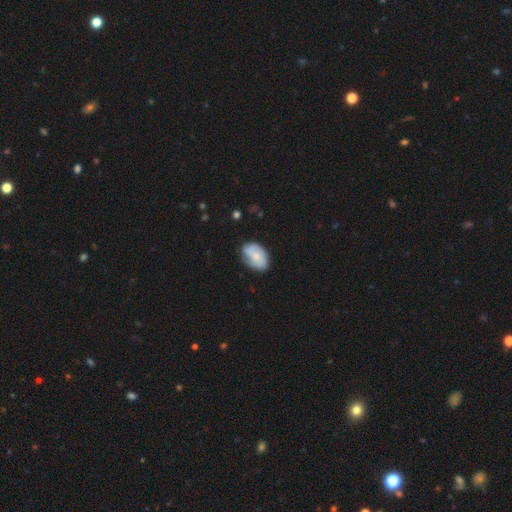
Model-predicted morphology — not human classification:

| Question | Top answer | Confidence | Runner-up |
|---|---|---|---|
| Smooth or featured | smooth | 64% | featured or disk (29%) |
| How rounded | in between | 85% | round (14%) |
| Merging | none | 65% | minor disturbance (26%) |